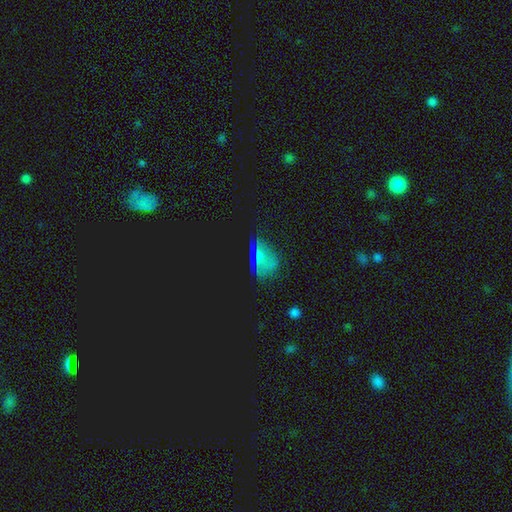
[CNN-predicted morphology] This appears to be a star or artifact, not a galaxy (47%).